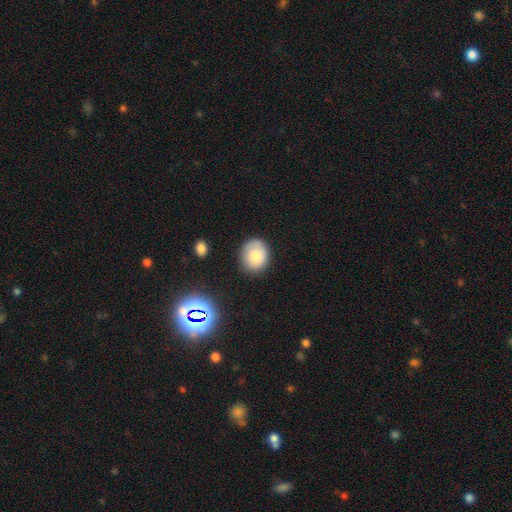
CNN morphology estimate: Smooth or featured: smooth — 78% (featured or disk — 12%)
How rounded: round — 59% (in between — 40%)
Merging: none — 81% (minor disturbance — 14%)